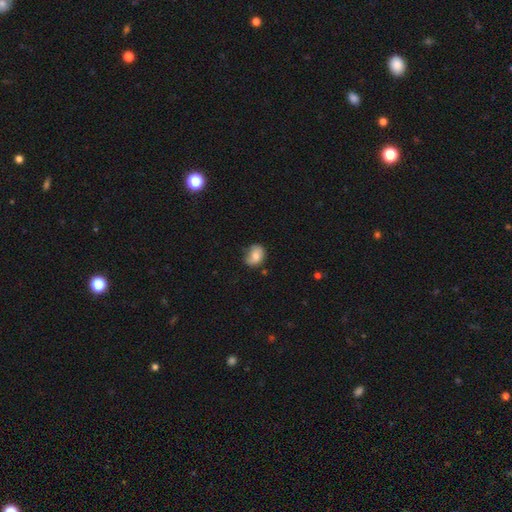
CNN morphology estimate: smooth_or_featured: smooth (p=0.73) [alt: featured or disk p=0.19]
how_rounded: in between (p=0.56) [alt: round p=0.43]
merging: none (p=0.55) [alt: minor disturbance p=0.33]